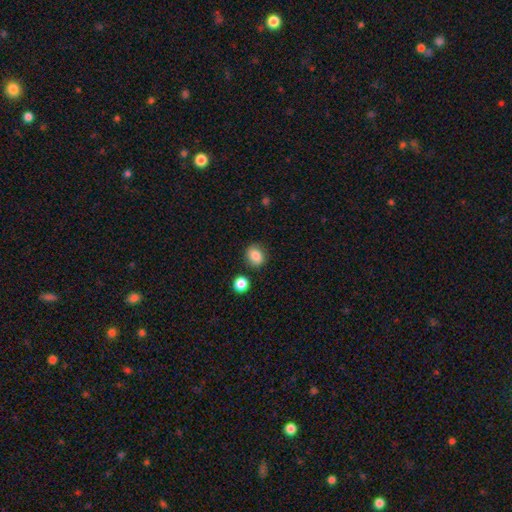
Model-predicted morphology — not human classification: Q: Smooth or featured?
A: smooth (84%); runner-up: star or artifact (10%)
Q: How rounded?
A: round (61%); runner-up: in between (38%)
Q: Merging?
A: none (80%); runner-up: minor disturbance (13%)